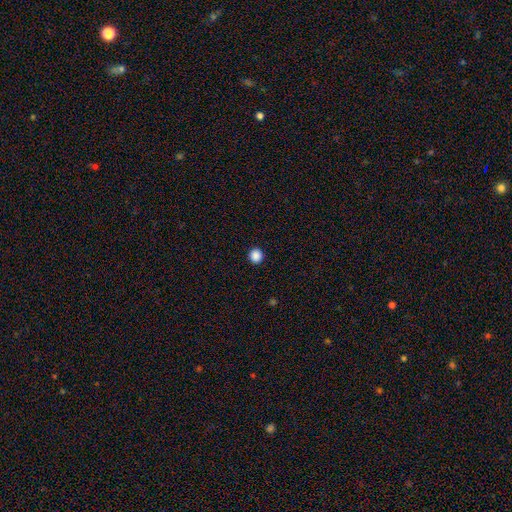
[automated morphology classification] smooth 88%, star or artifact 10%, featured or disk 2%. Down the decision tree: how rounded — round (93%); merging — none (94%).